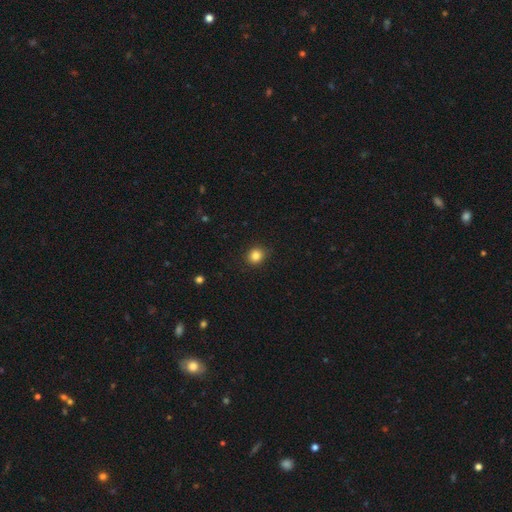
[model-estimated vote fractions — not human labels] Morphology: type=smooth (84%); roundness=round (81%); merging=none (90%).